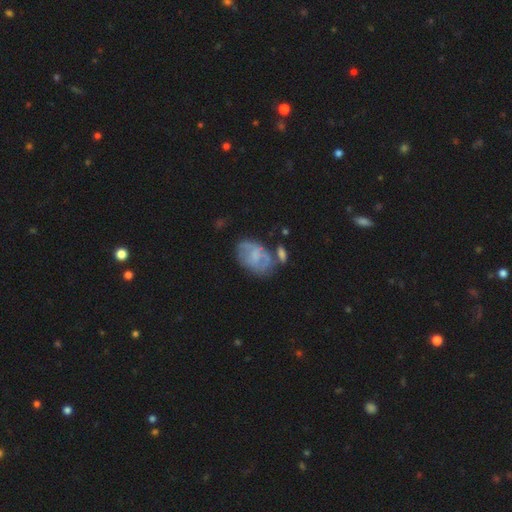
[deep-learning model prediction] featured or disk 52%, smooth 39%, star or artifact 9%. Down the decision tree: edge-on disk — no (96%); bar — no (61%); spiral arms — yes (55%); bulge size — none (45%); merging — none (45%).